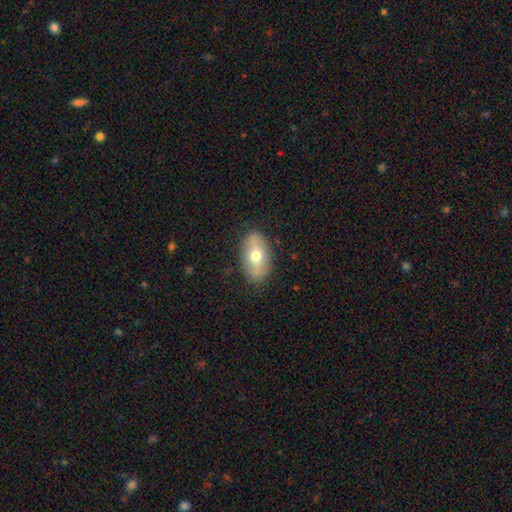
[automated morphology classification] This appears to be a smooth galaxy with no disk features (57%) that is in between round and cigar-shaped (89%). Merging: none (84%).